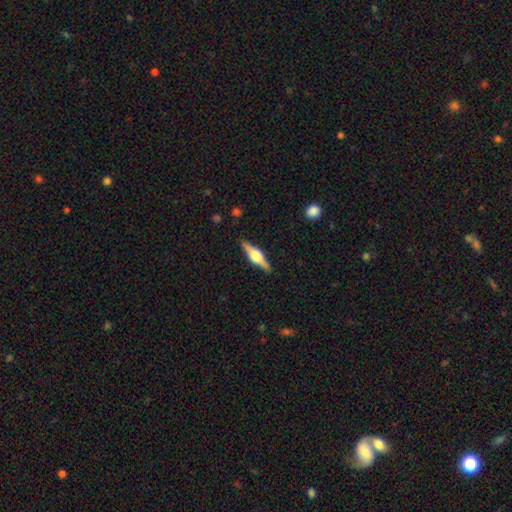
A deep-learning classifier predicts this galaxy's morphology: Overall: featured or disk (76%). Edge-on disk: yes (98%). Edge-on bulge: rounded (91%). Merging: none (90%).